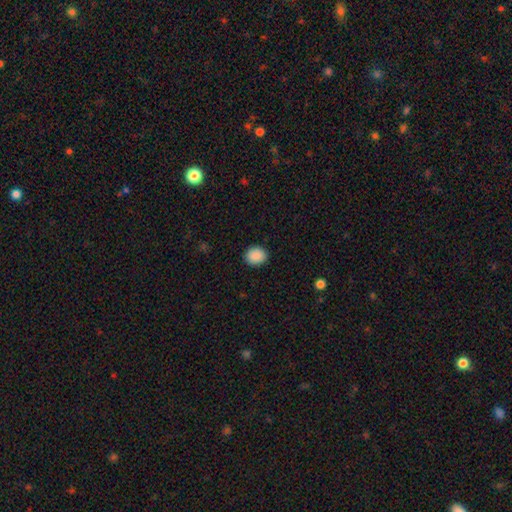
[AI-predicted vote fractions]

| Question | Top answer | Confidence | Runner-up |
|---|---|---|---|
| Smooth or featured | smooth | 89% | star or artifact (8%) |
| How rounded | round | 67% | in between (32%) |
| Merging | none | 91% | minor disturbance (6%) |